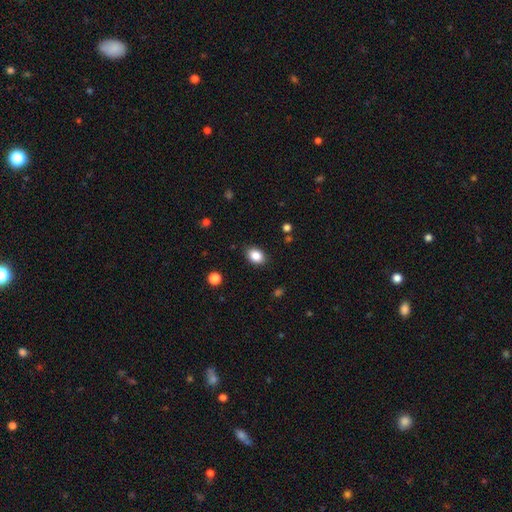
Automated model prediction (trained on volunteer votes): This appears to be a smooth galaxy with no disk features (86%) that is in between round and cigar-shaped (72%). Merging: none (87%).